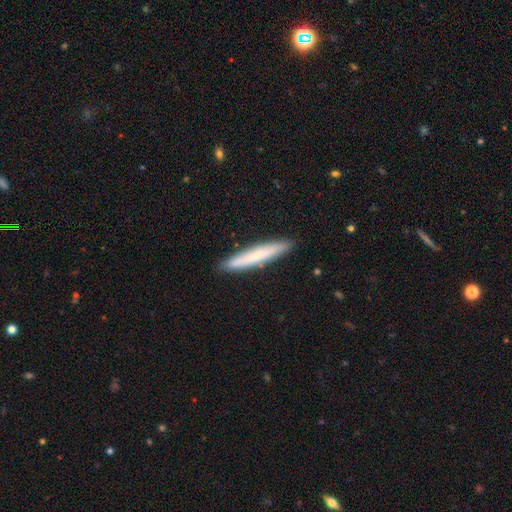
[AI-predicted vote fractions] A smooth galaxy with no disk features (69%) that is cigar-shaped (95%).

Vote fractions:
- Smooth or featured? smooth: 69% / featured or disk: 25% / star or artifact: 6%
- How rounded? cigar-shaped: 95% / in between: 4% / round: 1%
- Merging? none: 90% / minor disturbance: 8% / major disturbance: 1% / merger: 1%